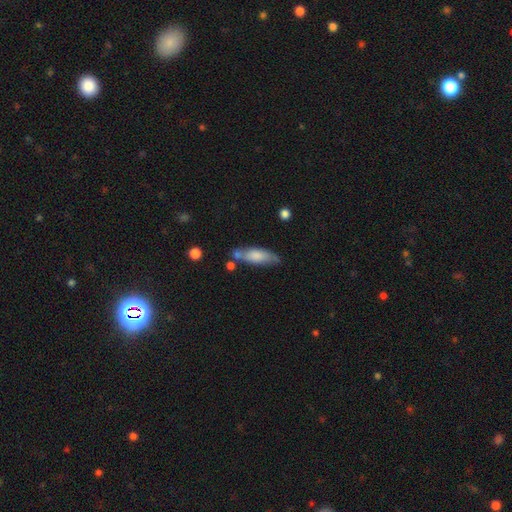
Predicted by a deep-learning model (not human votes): smooth-or-featured: smooth: 72% | featured or disk: 22% | star or artifact: 6%
  how-rounded: in between: 55% | cigar-shaped: 43% | round: 2%
  merging: none: 59% | minor disturbance: 22% | merger: 14% | major disturbance: 6%